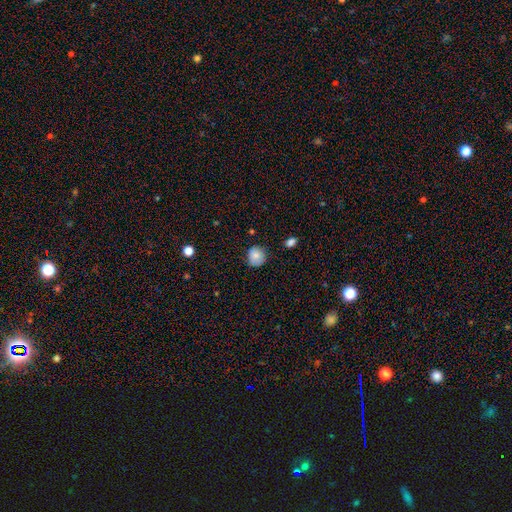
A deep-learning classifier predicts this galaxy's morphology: A smooth galaxy with no disk features (82%) that is round (86%).

Vote fractions:
- Smooth or featured? smooth: 82% / featured or disk: 10% / star or artifact: 9%
- How rounded? round: 86% / in between: 13% / cigar-shaped: 1%
- Merging? none: 75% / minor disturbance: 20% / major disturbance: 3% / merger: 2%